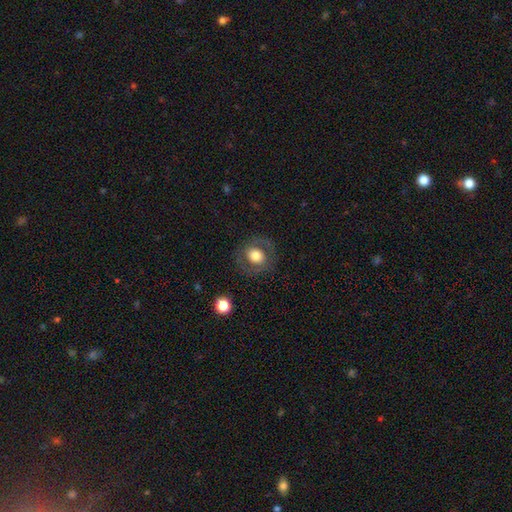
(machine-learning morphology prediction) Overall: smooth (56%; featured or disk 36%). How rounded: round (79%). Merging: none (79%).